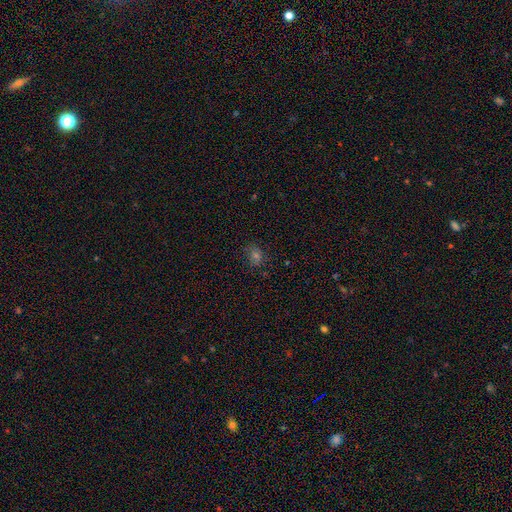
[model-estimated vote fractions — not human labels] Smooth or featured?
  - smooth: 58% *
  - star or artifact: 30%
  - featured or disk: 12%
How rounded?
  - round: 60% *
  - in between: 38%
  - cigar-shaped: 1%
Merging?
  - none: 80% *
  - minor disturbance: 14%
  - major disturbance: 5%
  - merger: 2%